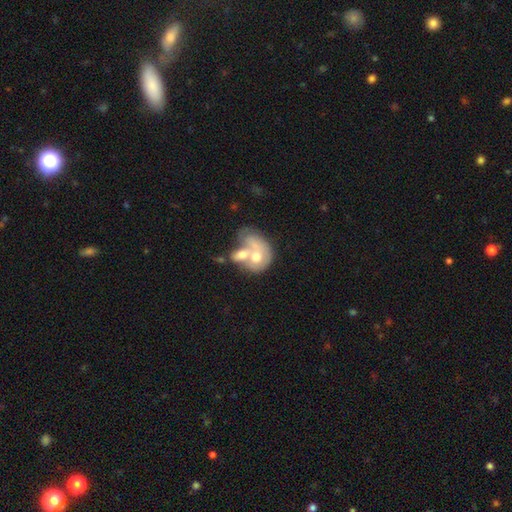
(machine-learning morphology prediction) Q: Smooth or featured?
A: smooth (48%); runner-up: featured or disk (44%)
Q: Merging?
A: merger (72%); runner-up: major disturbance (11%)